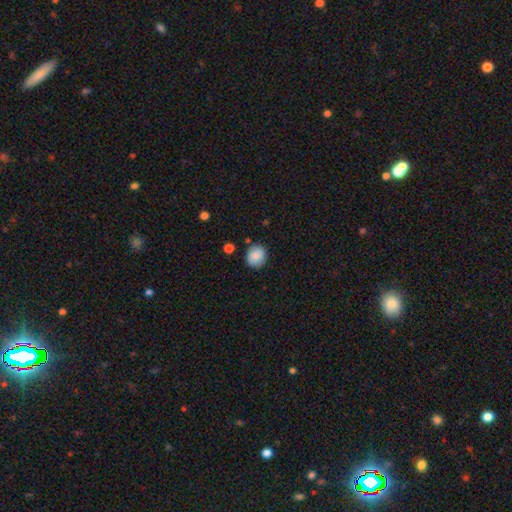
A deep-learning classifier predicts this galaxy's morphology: Smooth or featured: smooth — 88% (star or artifact — 8%)
How rounded: round — 82% (in between — 17%)
Merging: none — 84% (minor disturbance — 10%)